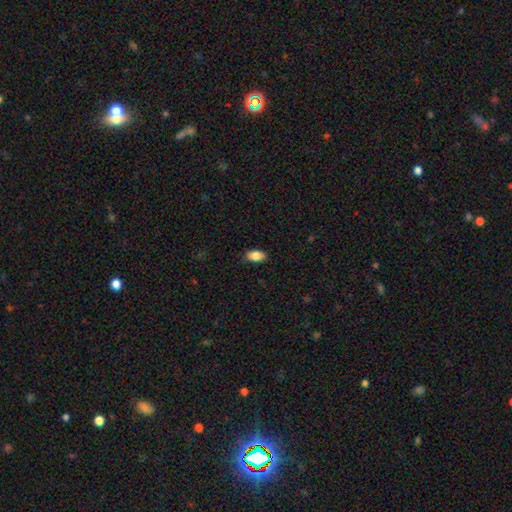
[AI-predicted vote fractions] Smooth or featured? Predicted: smooth (p=0.86). How rounded? Predicted: in between (p=0.91). Merging? Predicted: none (p=0.86).